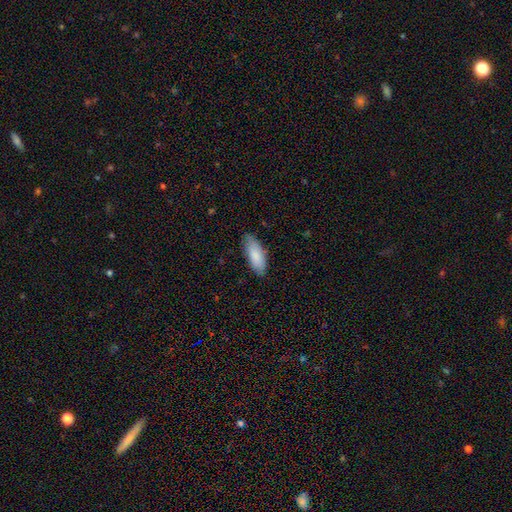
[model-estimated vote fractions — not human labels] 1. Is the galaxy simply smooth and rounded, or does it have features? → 86% smooth, 9% featured or disk, 5% star or artifact.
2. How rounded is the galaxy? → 77% in between, 22% cigar-shaped, 2% round.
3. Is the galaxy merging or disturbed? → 79% none, 17% minor disturbance, 3% major disturbance, 1% merger.